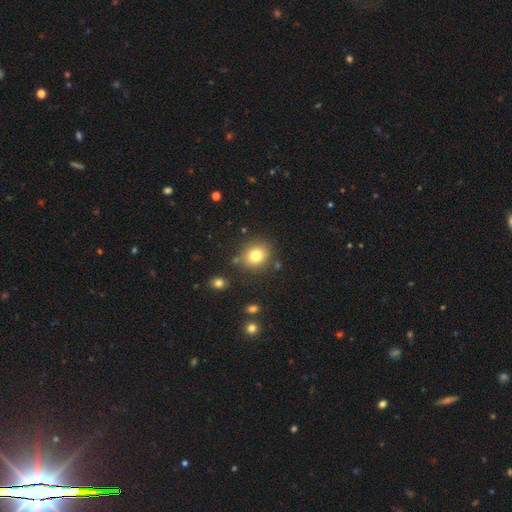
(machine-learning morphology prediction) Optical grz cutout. It shows a smooth galaxy with no disk features (78%) that is round (76%). Merging: none (82%).